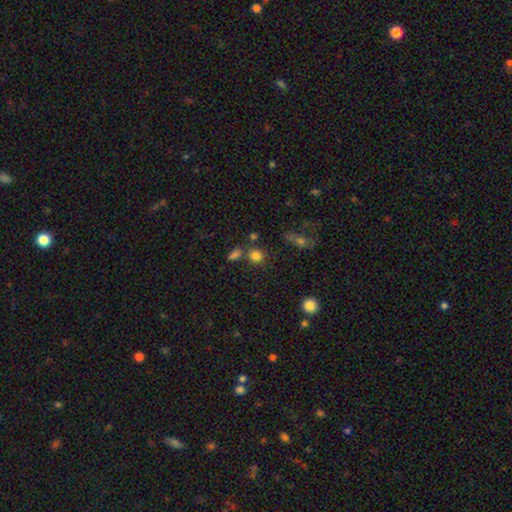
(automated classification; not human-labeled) A smooth galaxy with no disk features (79%) that is round (80%).

Vote fractions:
- Smooth or featured? smooth: 79% / star or artifact: 15% / featured or disk: 7%
- How rounded? round: 80% / in between: 18% / cigar-shaped: 2%
- Merging? none: 68% / merger: 17% / minor disturbance: 10% / major disturbance: 4%